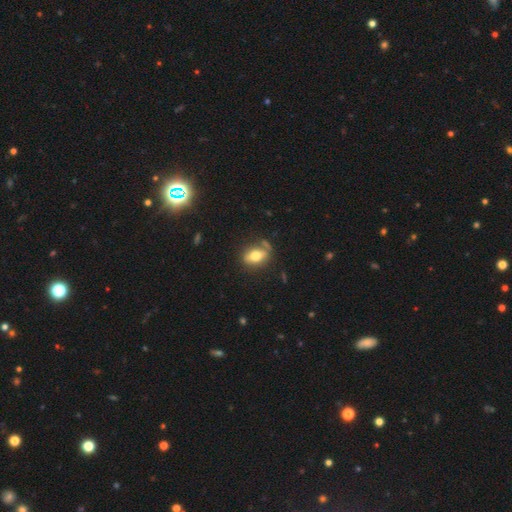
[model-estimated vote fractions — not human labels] smooth_or_featured: smooth (p=0.61) [alt: featured or disk p=0.30]
how_rounded: in between (p=0.76) [alt: round p=0.16]
merging: none (p=0.67) [alt: minor disturbance p=0.19]